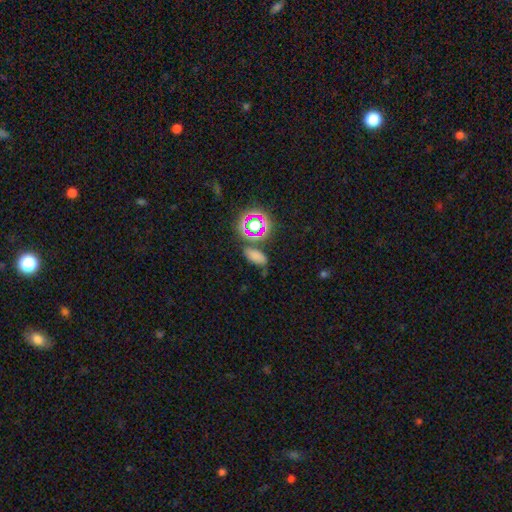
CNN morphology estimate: Q: Smooth or featured?
A: smooth (66%); runner-up: star or artifact (25%)
Q: How rounded?
A: in between (84%); runner-up: round (10%)
Q: Merging?
A: none (66%); runner-up: minor disturbance (16%)